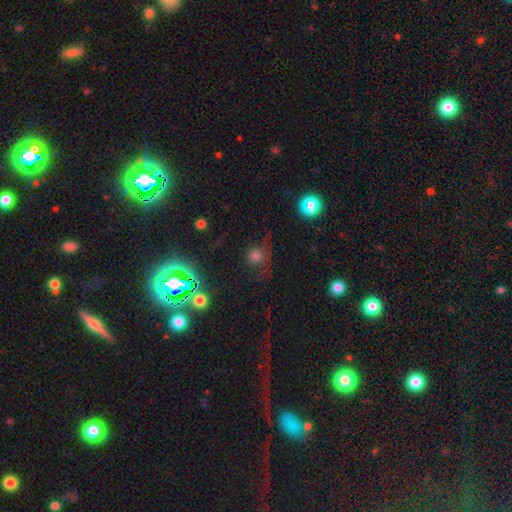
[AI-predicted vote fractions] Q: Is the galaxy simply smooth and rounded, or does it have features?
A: smooth — 56%.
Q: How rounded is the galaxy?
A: round — 86%.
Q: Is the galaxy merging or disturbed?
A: none — 56%.